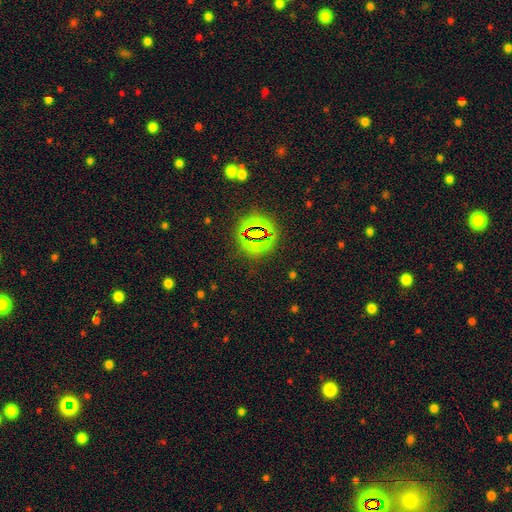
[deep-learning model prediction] This appears to be a star or artifact, not a galaxy (68%).